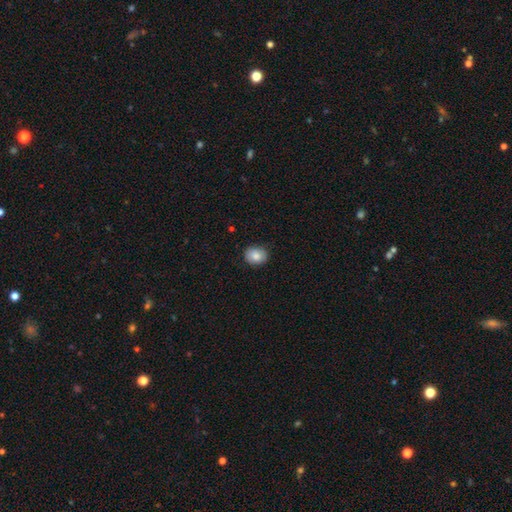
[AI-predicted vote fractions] A smooth galaxy with no disk features (84%) that is in between round and cigar-shaped (50%).

Vote fractions:
- Smooth or featured? smooth: 84% / featured or disk: 9% / star or artifact: 8%
- How rounded? in between: 50% / round: 49% / cigar-shaped: 1%
- Merging? none: 85% / minor disturbance: 12% / major disturbance: 2% / merger: 1%